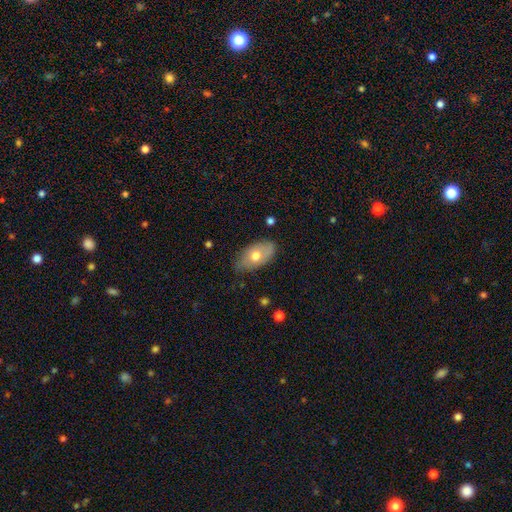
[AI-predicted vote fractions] This appears to be a smooth galaxy with no disk features (63%) that is in between round and cigar-shaped (92%). Merging: none (74%).